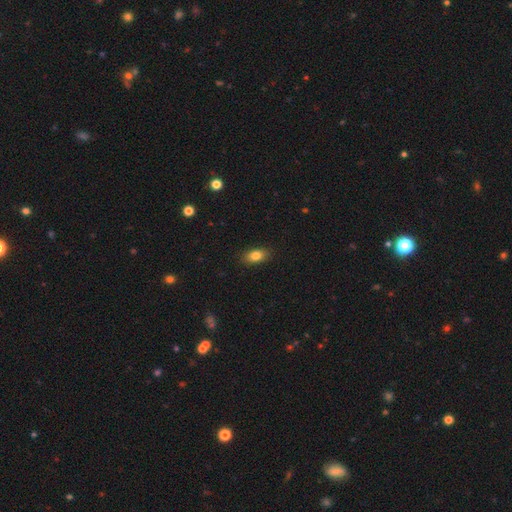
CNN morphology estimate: Smooth or featured? Predicted: smooth (p=0.83). How rounded? Predicted: in between (p=0.87). Merging? Predicted: none (p=0.88).